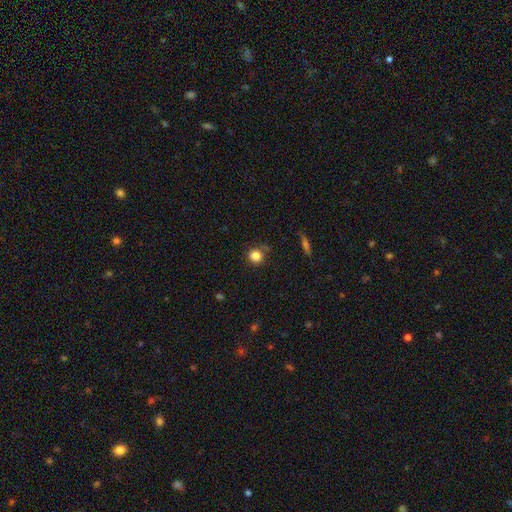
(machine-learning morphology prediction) Smooth or featured? smooth (84%)
How rounded? round (89%)
Merging? none (77%)